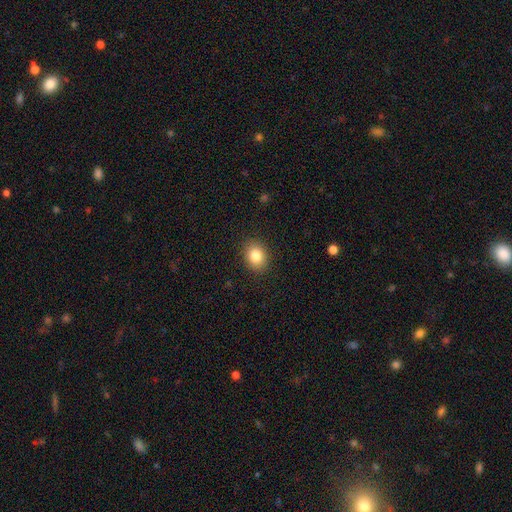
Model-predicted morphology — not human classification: Smooth or featured: smooth — 84% (star or artifact — 9%)
How rounded: in between — 51% (round — 49%)
Merging: none — 89% (minor disturbance — 8%)